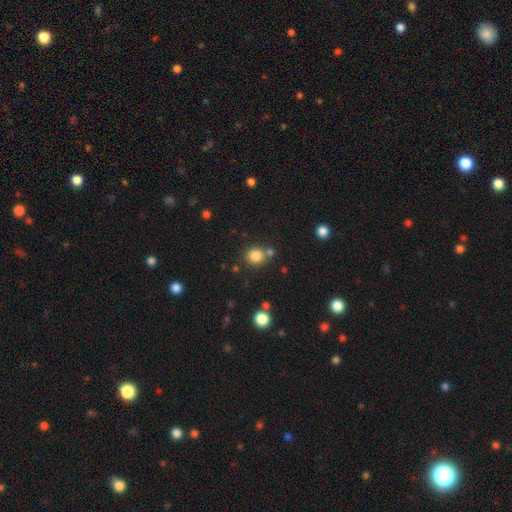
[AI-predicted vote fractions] This appears to be a smooth galaxy with no disk features (83%) that is round (80%). Merging: none (72%).